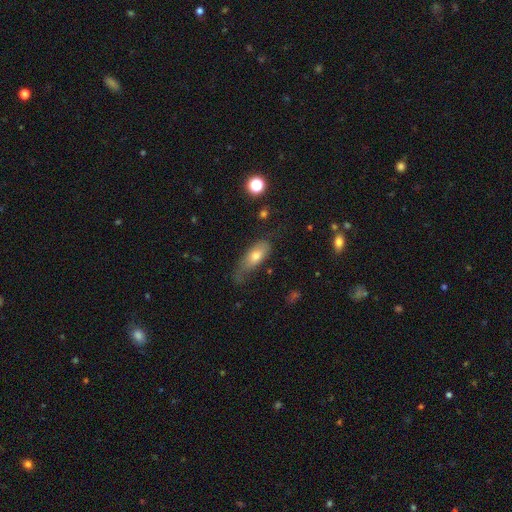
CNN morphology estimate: smooth-or-featured: smooth: 68% | featured or disk: 24% | star or artifact: 7%
  how-rounded: in between: 77% | cigar-shaped: 19% | round: 4%
  merging: none: 39% | minor disturbance: 36% | major disturbance: 22% | merger: 3%